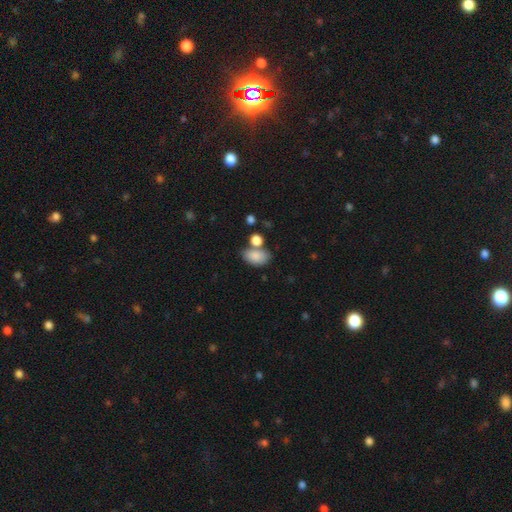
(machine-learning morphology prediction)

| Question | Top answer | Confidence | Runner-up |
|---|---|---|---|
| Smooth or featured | smooth | 84% | featured or disk (8%) |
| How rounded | in between | 89% | round (9%) |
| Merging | none | 51% | merger (27%) |